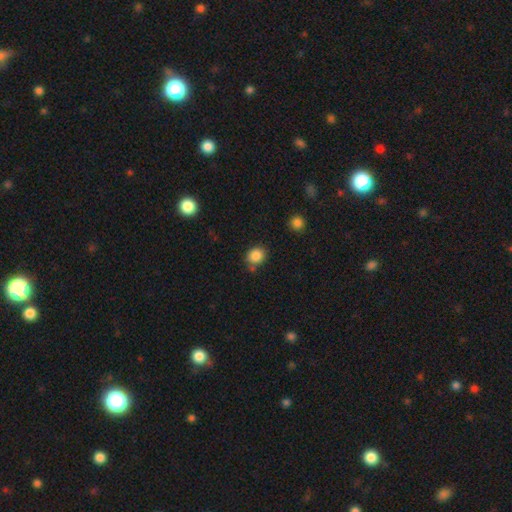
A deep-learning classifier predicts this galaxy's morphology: A smooth galaxy with no disk features (86%) that is round (69%). Merging: none (74%).